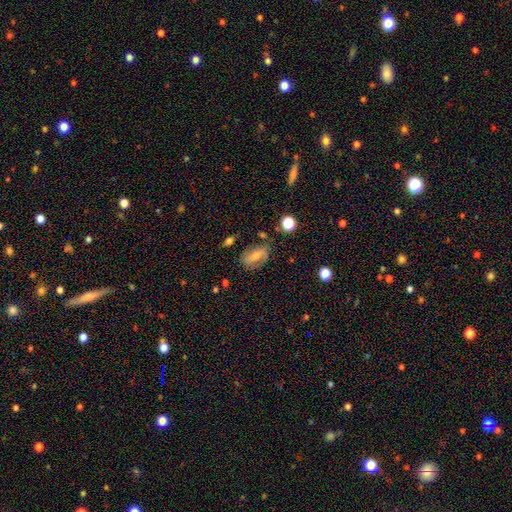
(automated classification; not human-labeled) A smooth galaxy with no disk features (58%) that is in between round and cigar-shaped (84%).

Vote fractions:
- Smooth or featured? smooth: 58% / featured or disk: 32% / star or artifact: 10%
- How rounded? in between: 84% / round: 11% / cigar-shaped: 5%
- Merging? none: 67% / minor disturbance: 22% / major disturbance: 8% / merger: 4%